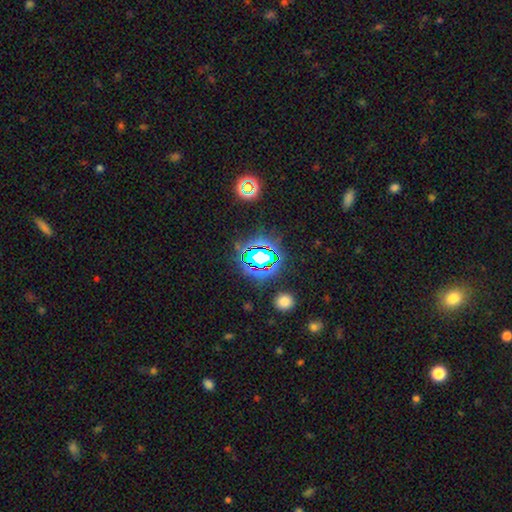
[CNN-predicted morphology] type=star or artifact (71%).